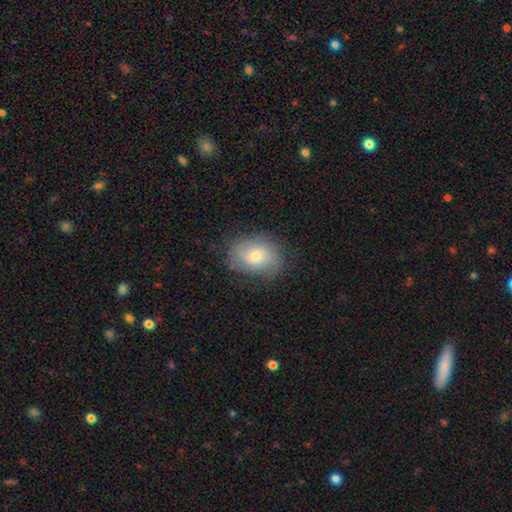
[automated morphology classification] Overall: smooth (52%; featured or disk 39%). How rounded: in between (65%; round 34%). Merging: none (74%).